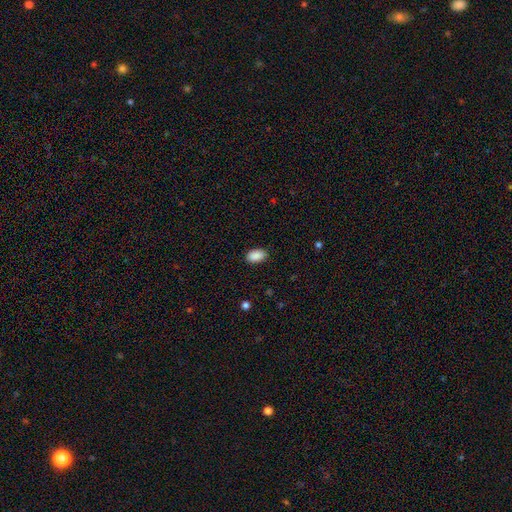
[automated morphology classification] Q: Smooth or featured?
A: smooth (90%); runner-up: star or artifact (7%)
Q: How rounded?
A: in between (92%); runner-up: round (7%)
Q: Merging?
A: none (87%); runner-up: minor disturbance (10%)